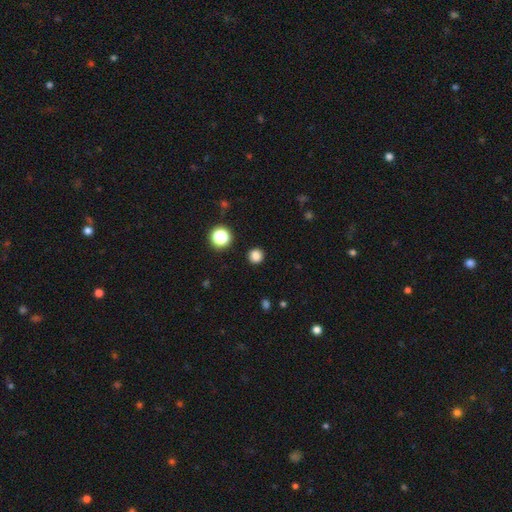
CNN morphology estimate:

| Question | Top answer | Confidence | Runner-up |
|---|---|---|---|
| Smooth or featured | smooth | 83% | star or artifact (14%) |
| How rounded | round | 93% | in between (6%) |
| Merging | none | 92% | minor disturbance (5%) |